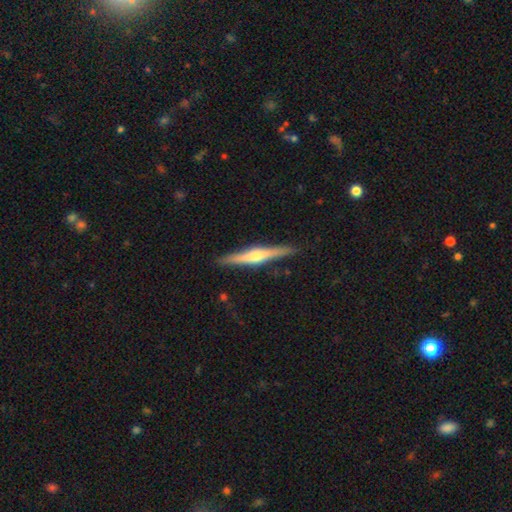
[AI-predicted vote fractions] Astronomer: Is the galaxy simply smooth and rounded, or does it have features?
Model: featured or disk — 69%.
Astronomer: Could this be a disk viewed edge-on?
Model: yes — 98%.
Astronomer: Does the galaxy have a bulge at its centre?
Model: rounded — 83%.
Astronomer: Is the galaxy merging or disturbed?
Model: none — 89%.